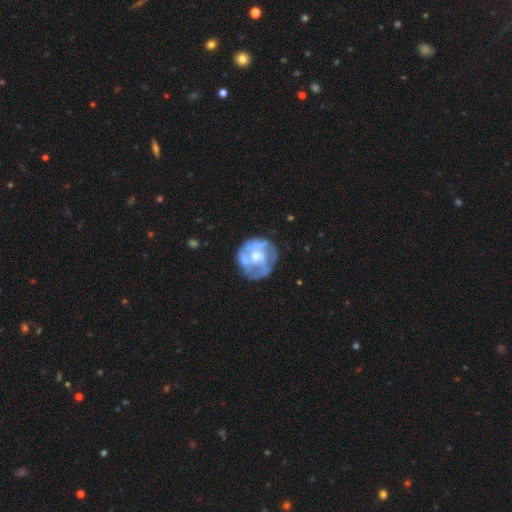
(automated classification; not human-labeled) smooth-or-featured: featured or disk: 69% | smooth: 24% | star or artifact: 7%
  disk-edge-on: no: 98% | yes: 2%
    bar: no: 74% | weak: 22% | strong: 5%
    has-spiral-arms: yes: 54% | no: 46%
    bulge-size: moderate: 52% | small: 36% | none: 5% | large: 5% | dominant: 1%
  merging: none: 62% | minor disturbance: 19% | major disturbance: 13% | merger: 7%